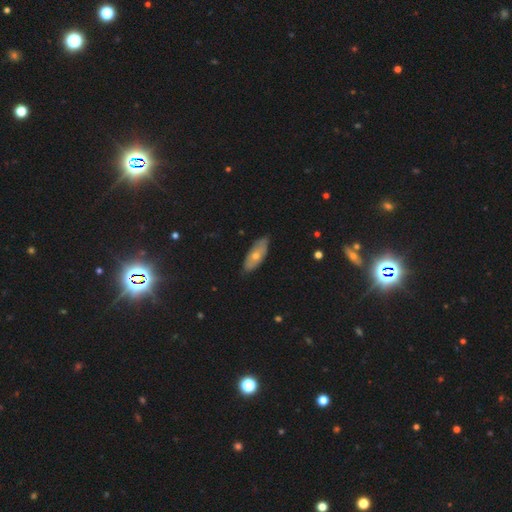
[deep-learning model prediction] Smooth or featured: smooth — 59% (featured or disk — 35%)
How rounded: in between — 79% (cigar-shaped — 18%)
Merging: none — 78% (minor disturbance — 18%)